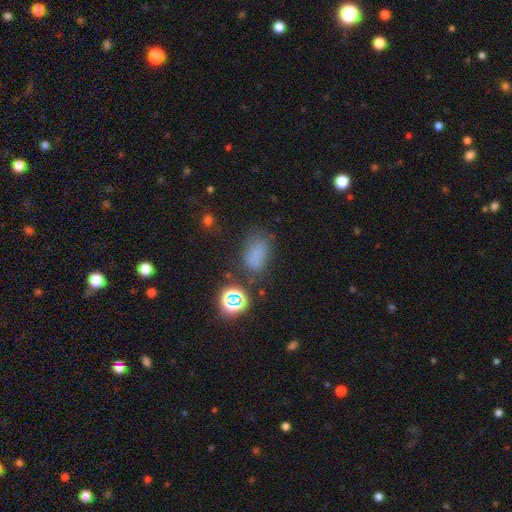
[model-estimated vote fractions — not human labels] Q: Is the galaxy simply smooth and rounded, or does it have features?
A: smooth — 64%.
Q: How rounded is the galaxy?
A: in between — 82%.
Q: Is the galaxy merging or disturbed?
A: none — 54%.